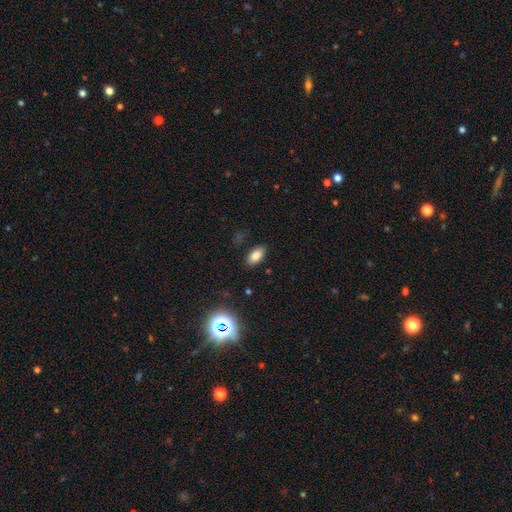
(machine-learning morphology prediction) This is clearly a smooth galaxy (81%). How rounded: clearly in between (90%). Merging: clearly none (85%).